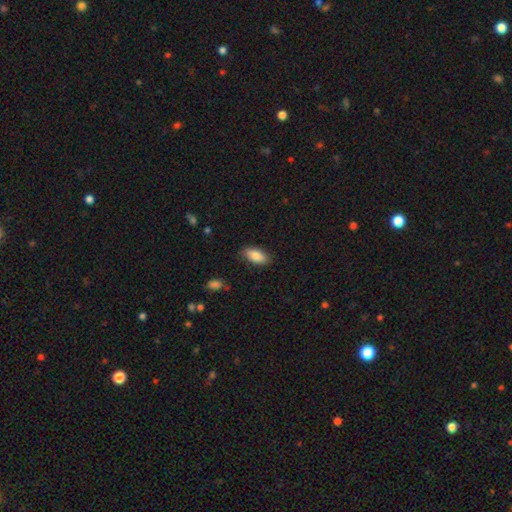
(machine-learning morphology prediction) A smooth galaxy with no disk features (84%) that is in between round and cigar-shaped (89%).

Vote fractions:
- Smooth or featured? smooth: 84% / featured or disk: 9% / star or artifact: 7%
- How rounded? in between: 89% / cigar-shaped: 8% / round: 3%
- Merging? none: 84% / minor disturbance: 12% / major disturbance: 2% / merger: 1%